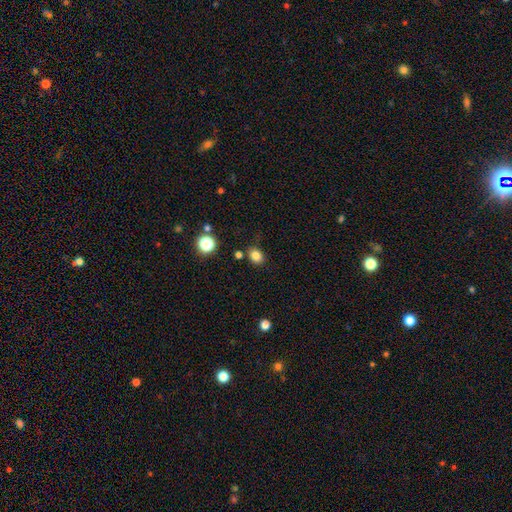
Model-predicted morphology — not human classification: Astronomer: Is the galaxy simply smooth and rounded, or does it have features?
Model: smooth — 82%.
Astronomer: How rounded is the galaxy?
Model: in between — 52% (runner-up: round, 47%).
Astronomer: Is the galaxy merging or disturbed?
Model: none — 79%.